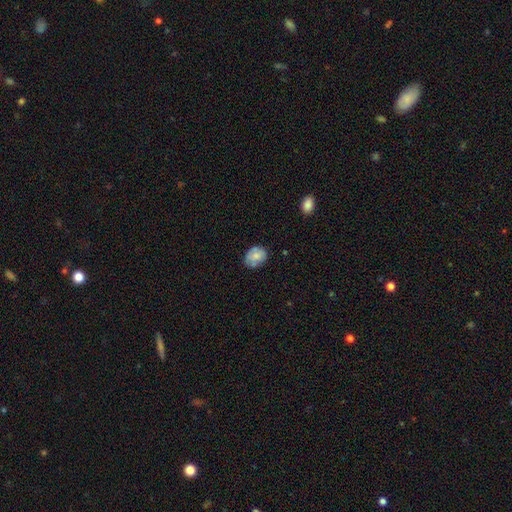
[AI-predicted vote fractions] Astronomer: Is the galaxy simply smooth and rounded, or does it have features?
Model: smooth — 76%.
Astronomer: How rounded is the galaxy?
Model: in between — 55% (runner-up: round, 44%).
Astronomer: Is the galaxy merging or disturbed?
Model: none — 71%.